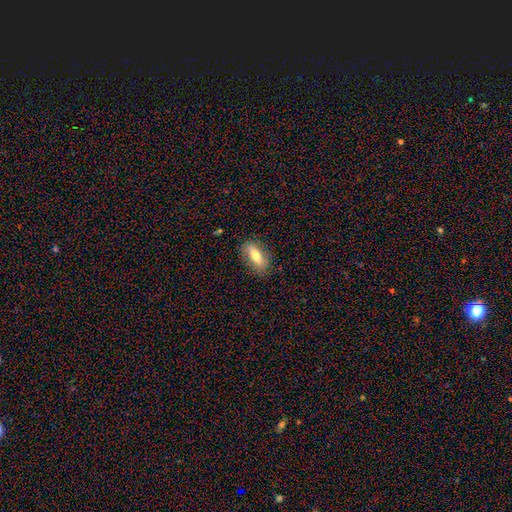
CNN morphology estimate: A smooth galaxy with no disk features (67%) that is in between round and cigar-shaped (75%). Merging: none (82%).